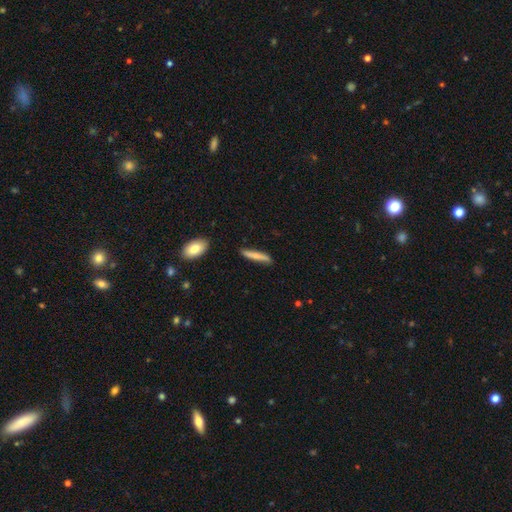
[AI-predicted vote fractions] Smooth or featured? smooth (68%)
How rounded? cigar-shaped (90%)
Merging? none (84%)